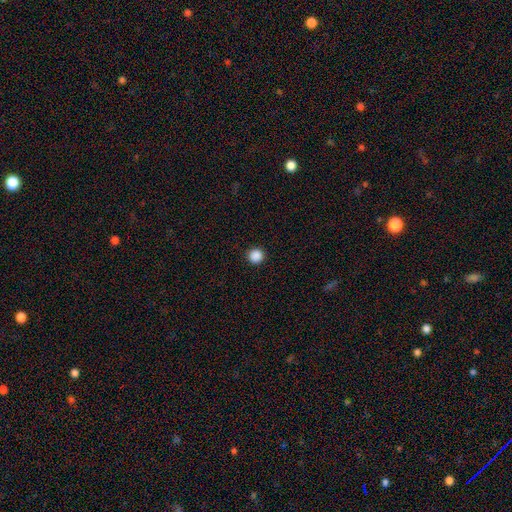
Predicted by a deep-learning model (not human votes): smooth_or_featured: smooth (p=0.88) [alt: star or artifact p=0.10]
how_rounded: round (p=0.96) [alt: in between p=0.03]
merging: none (p=0.94) [alt: minor disturbance p=0.04]